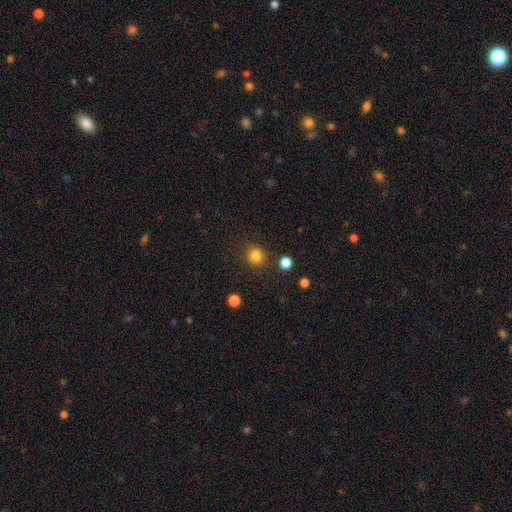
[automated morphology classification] Smooth or featured? Predicted: smooth (p=0.84). How rounded? Predicted: round (p=0.84). Merging? Predicted: none (p=0.85).